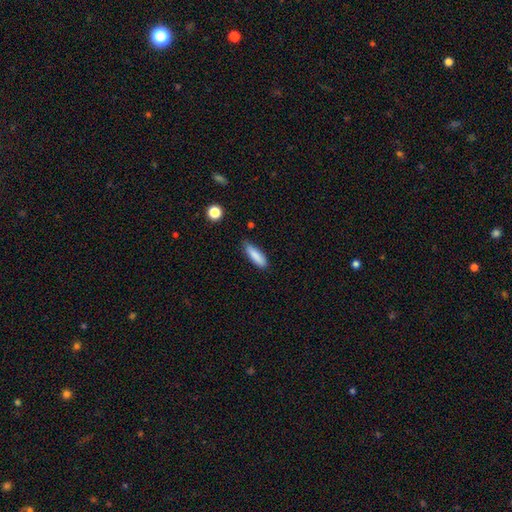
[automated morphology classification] Smooth or featured? smooth (86%)
How rounded? cigar-shaped (58%)
Merging? none (74%)